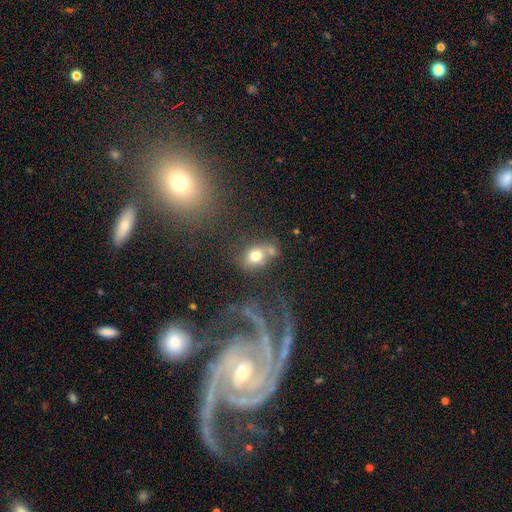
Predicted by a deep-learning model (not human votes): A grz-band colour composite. It shows a smooth galaxy with no disk features (71%) that is in between round and cigar-shaped (54%). Merging: none (43%).